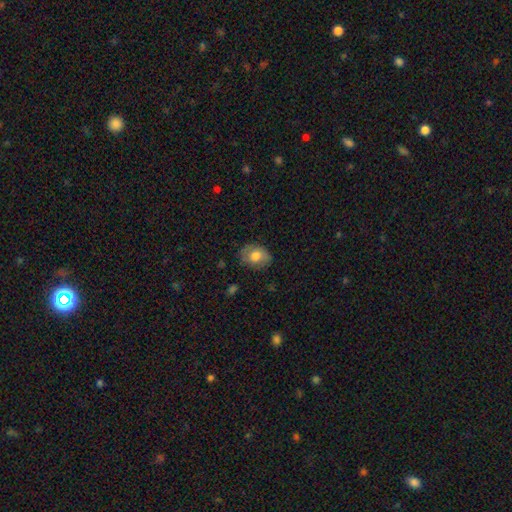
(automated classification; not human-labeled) A smooth galaxy with no disk features (72%) that is in between round and cigar-shaped (64%).

Vote fractions:
- Smooth or featured? smooth: 72% / featured or disk: 21% / star or artifact: 8%
- How rounded? in between: 64% / round: 35% / cigar-shaped: 1%
- Merging? none: 74% / minor disturbance: 19% / major disturbance: 5% / merger: 1%